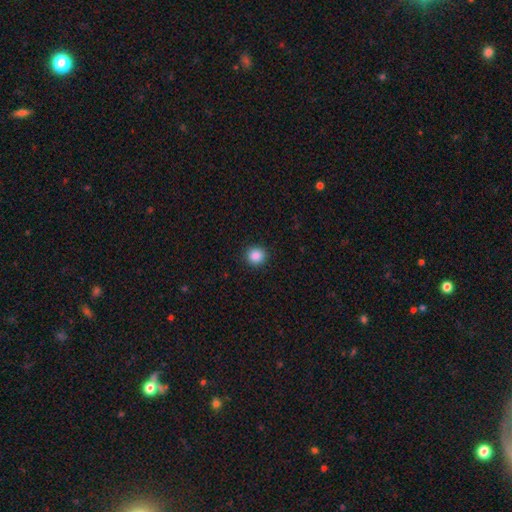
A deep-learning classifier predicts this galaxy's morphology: This appears to be a smooth galaxy with no disk features (87%) that is round (92%). Merging: none (91%).